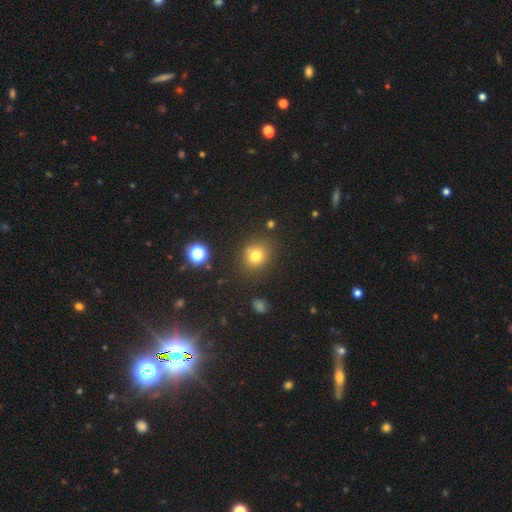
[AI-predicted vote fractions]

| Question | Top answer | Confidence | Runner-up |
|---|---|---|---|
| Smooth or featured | smooth | 76% | star or artifact (16%) |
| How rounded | round | 76% | in between (23%) |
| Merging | none | 81% | minor disturbance (11%) |